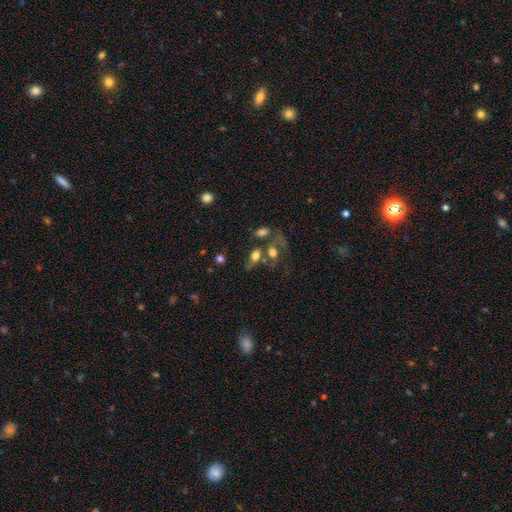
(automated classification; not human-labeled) smooth-or-featured: smooth: 64% | featured or disk: 23% | star or artifact: 13%
  how-rounded: in between: 73% | round: 23% | cigar-shaped: 5%
  merging: none: 36% (tied) | merger: 36% (tied) | minor disturbance: 15% | major disturbance: 13%